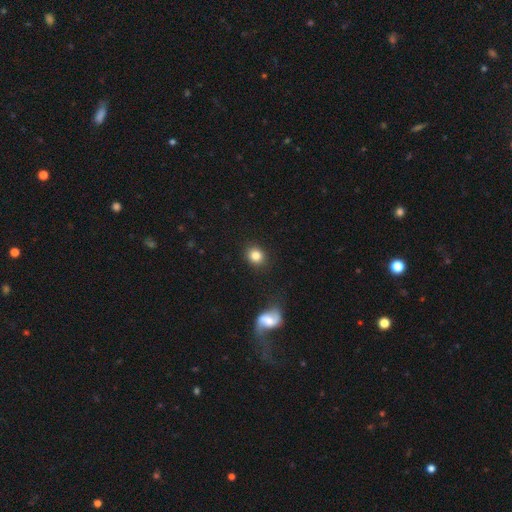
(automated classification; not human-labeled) Overall: smooth (83%). How rounded: round (78%). Merging: none (88%).